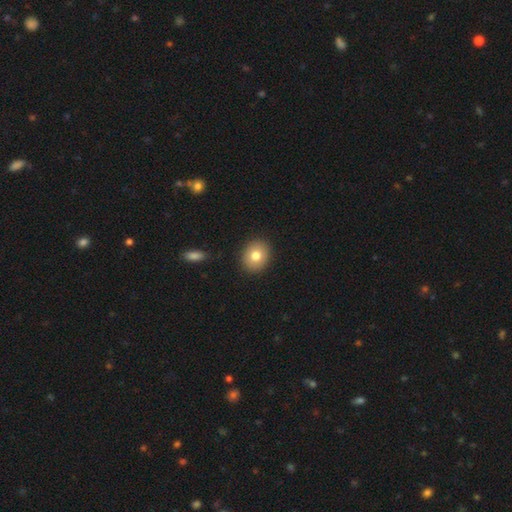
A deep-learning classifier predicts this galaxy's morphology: A smooth galaxy with no disk features (79%) that is round (67%). Merging: none (90%).